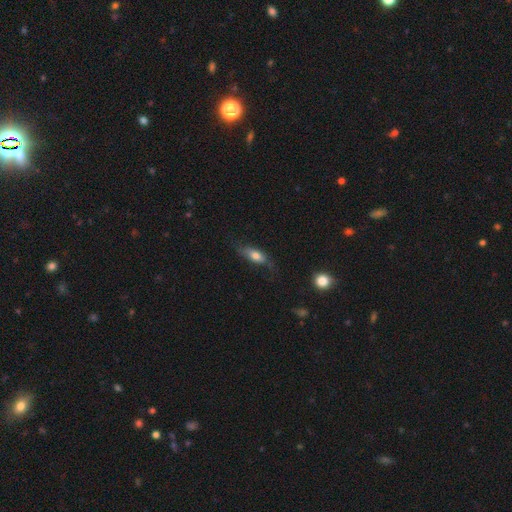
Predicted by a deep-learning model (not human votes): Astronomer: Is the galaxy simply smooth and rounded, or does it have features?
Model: smooth — 67%.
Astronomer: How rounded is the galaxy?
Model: in between — 71%.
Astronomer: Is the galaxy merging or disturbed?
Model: none — 58%.